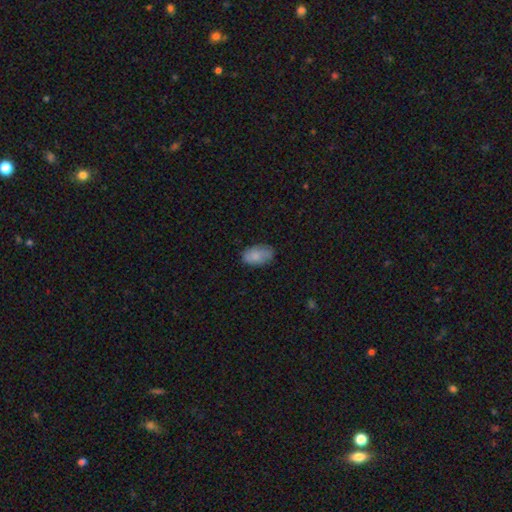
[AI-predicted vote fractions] A smooth galaxy with no disk features (76%) that is in between round and cigar-shaped (91%).

Vote fractions:
- Smooth or featured? smooth: 76% / featured or disk: 17% / star or artifact: 7%
- How rounded? in between: 91% / round: 7% / cigar-shaped: 2%
- Merging? none: 75% / minor disturbance: 20% / major disturbance: 4% / merger: 1%